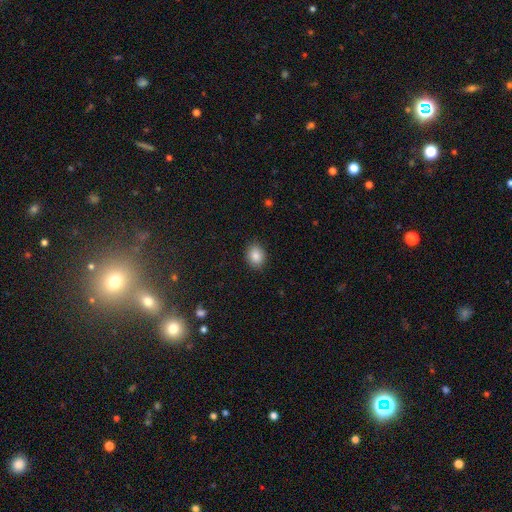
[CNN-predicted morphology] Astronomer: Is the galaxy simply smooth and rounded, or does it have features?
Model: smooth — 86%.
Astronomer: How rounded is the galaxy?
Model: in between — 51% (runner-up: round, 48%).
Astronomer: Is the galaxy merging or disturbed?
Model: none — 87%.